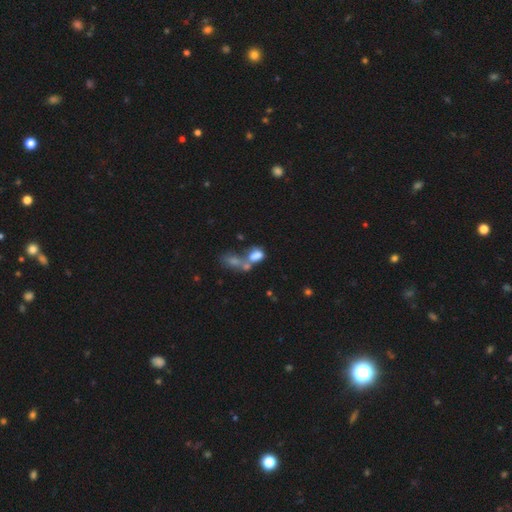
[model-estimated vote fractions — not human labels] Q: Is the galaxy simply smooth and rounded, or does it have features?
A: smooth — 70%.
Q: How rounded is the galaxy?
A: in between — 80%.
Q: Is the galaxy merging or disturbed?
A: merger — 63%.